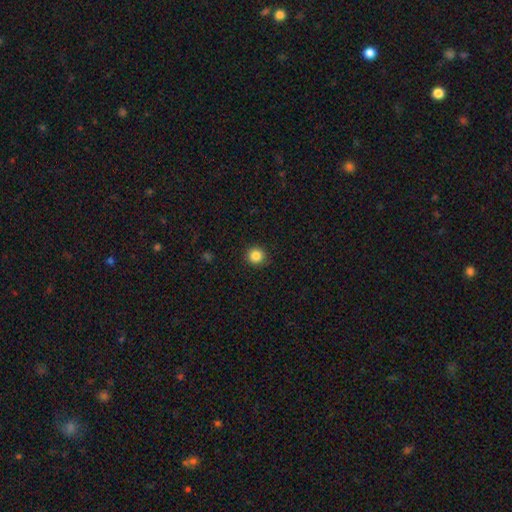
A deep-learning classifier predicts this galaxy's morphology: type=smooth (85%); roundness=round (92%); merging=none (90%).